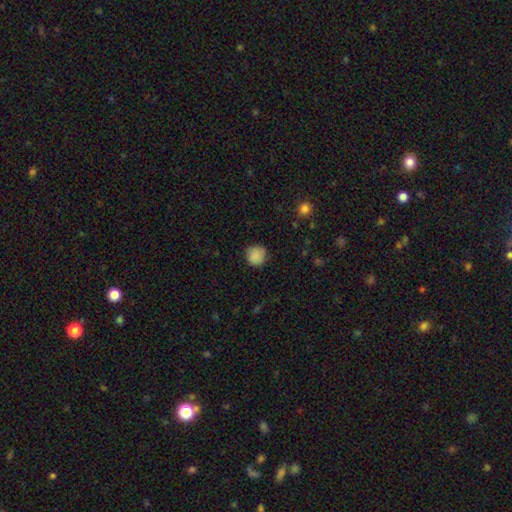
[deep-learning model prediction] Smooth or featured?
  - smooth: 87% *
  - star or artifact: 9%
  - featured or disk: 4%
How rounded?
  - round: 91% *
  - in between: 8%
  - cigar-shaped: 1%
Merging?
  - none: 82% *
  - minor disturbance: 14%
  - major disturbance: 3%
  - merger: 1%